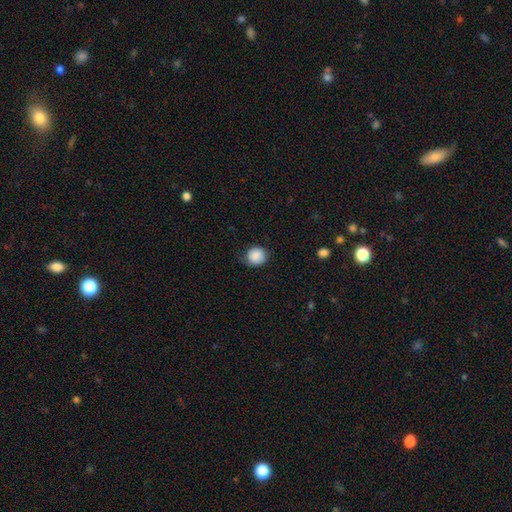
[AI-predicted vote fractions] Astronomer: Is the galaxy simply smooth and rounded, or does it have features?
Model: smooth — 87%.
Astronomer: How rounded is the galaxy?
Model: round — 86%.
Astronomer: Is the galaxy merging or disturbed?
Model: none — 72%.